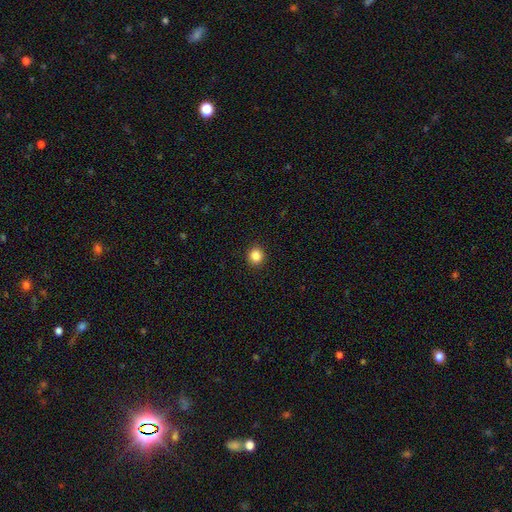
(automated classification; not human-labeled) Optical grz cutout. It shows a smooth galaxy with no disk features (85%) that is round (87%). Merging: none (92%).